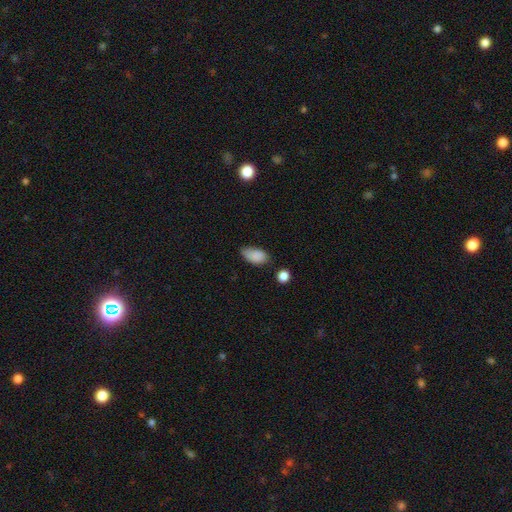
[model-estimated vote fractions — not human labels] Smooth or featured? Predicted: smooth (p=0.86). How rounded? Predicted: in between (p=0.92). Merging? Predicted: none (p=0.58).